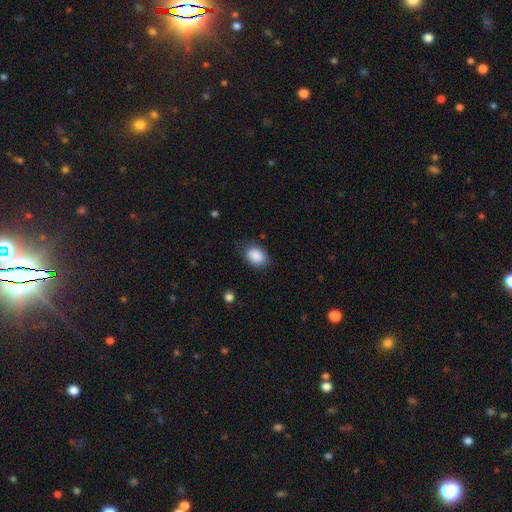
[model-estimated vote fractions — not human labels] A smooth galaxy with no disk features (89%) that is in between round and cigar-shaped (80%). Merging: none (78%).